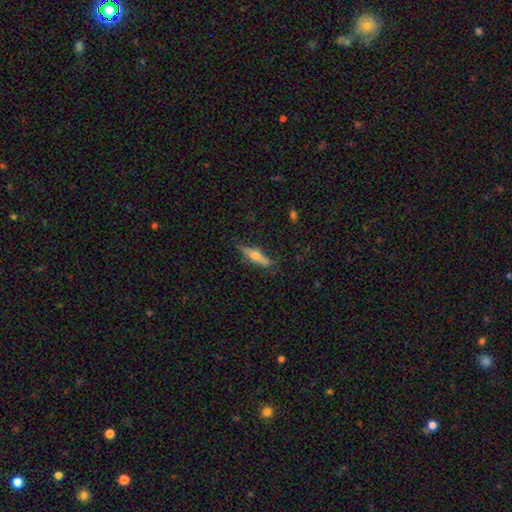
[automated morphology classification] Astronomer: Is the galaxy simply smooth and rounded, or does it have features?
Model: featured or disk — 53% (runner-up: smooth, 40%).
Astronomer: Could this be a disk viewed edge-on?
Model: yes — 93%.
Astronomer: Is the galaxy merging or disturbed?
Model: none — 81%.